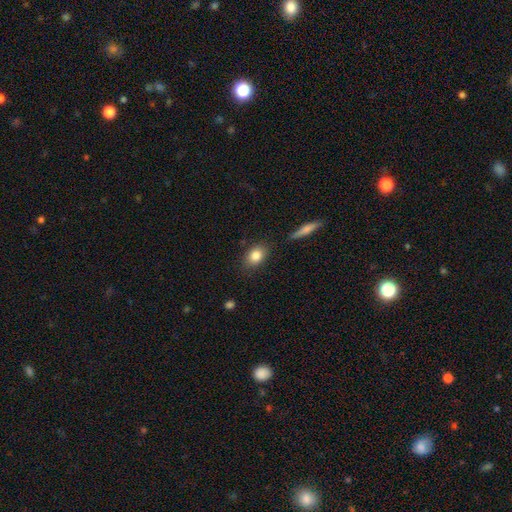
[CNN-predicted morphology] Smooth or featured? smooth (83%)
How rounded? in between (73%)
Merging? none (81%)